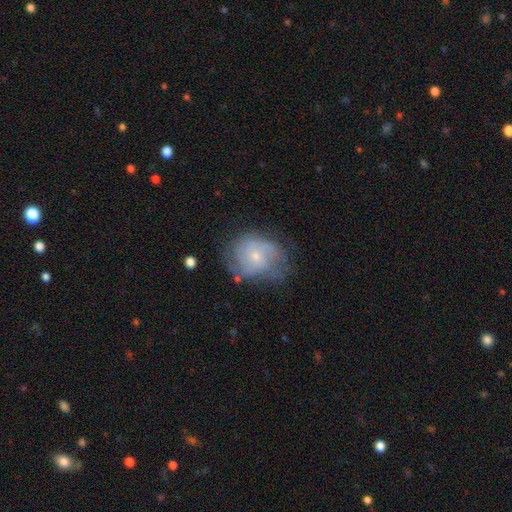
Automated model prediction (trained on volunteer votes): Smooth or featured? Predicted: featured or disk (p=0.70). Edge-on disk? Predicted: no (p=0.97). Bar? Predicted: no (p=0.73). Spiral arms? Predicted: yes (p=0.87). Spiral winding? Predicted: tight (p=0.47). Spiral arm count? Predicted: can't tell (p=0.36). Bulge size? Predicted: small (p=0.72). Merging? Predicted: none (p=0.58).